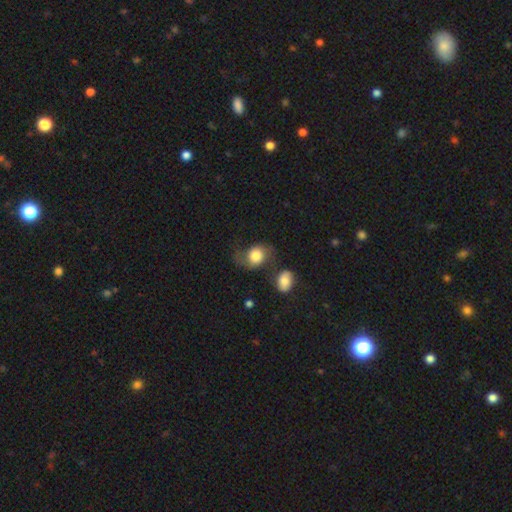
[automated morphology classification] smooth-or-featured: smooth: 63% | featured or disk: 30% | star or artifact: 8%
  how-rounded: round: 51% | in between: 47% | cigar-shaped: 1%
  merging: none: 44% | minor disturbance: 24% | major disturbance: 23% | merger: 9%